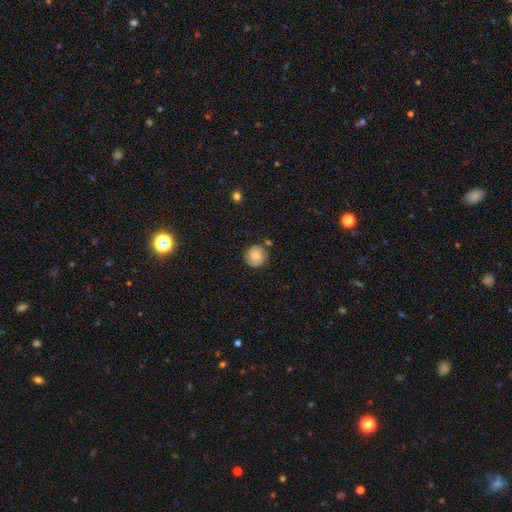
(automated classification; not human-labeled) A smooth galaxy with no disk features (69%) that is round (92%). Merging: none (77%).